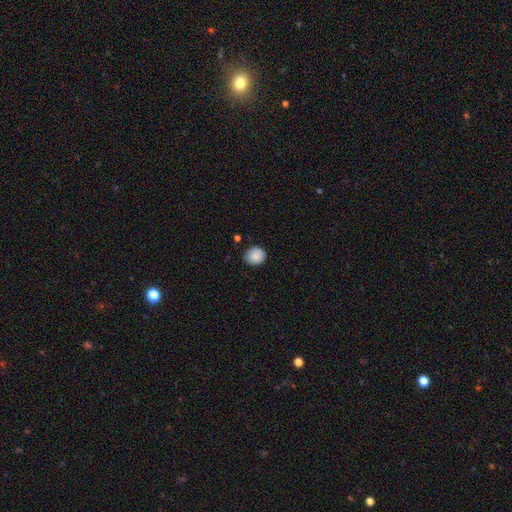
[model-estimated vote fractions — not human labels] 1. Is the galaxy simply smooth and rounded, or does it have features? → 87% smooth, 8% star or artifact, 6% featured or disk.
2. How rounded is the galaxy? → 80% round, 19% in between, 1% cigar-shaped.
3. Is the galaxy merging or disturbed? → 82% none, 14% minor disturbance, 2% major disturbance, 2% merger.